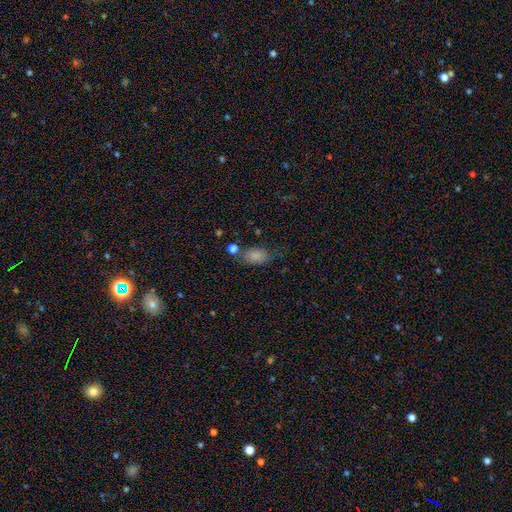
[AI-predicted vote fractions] Overall: smooth (82%). How rounded: in between (87%). Merging: none (60%; minor disturbance 22%).